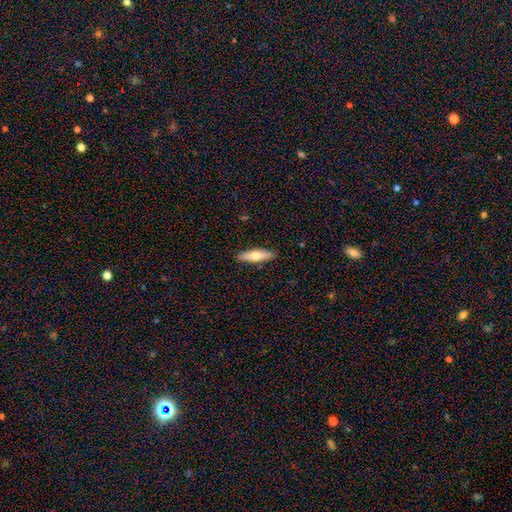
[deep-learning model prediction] Morphology: type=smooth (60%); roundness=cigar-shaped (68%); merging=none (89%).